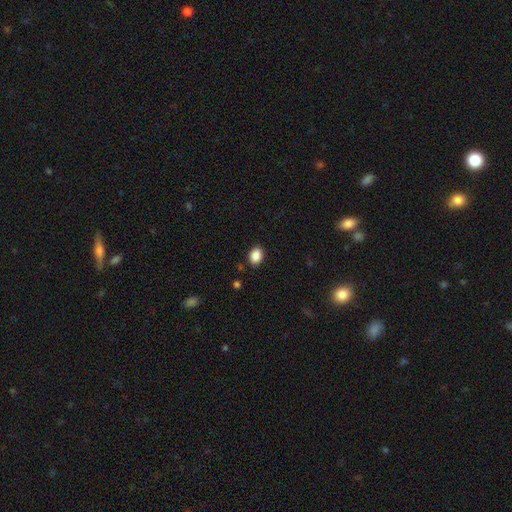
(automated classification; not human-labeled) Morphology: type=smooth (88%); roundness=in between (67%); merging=none (87%).